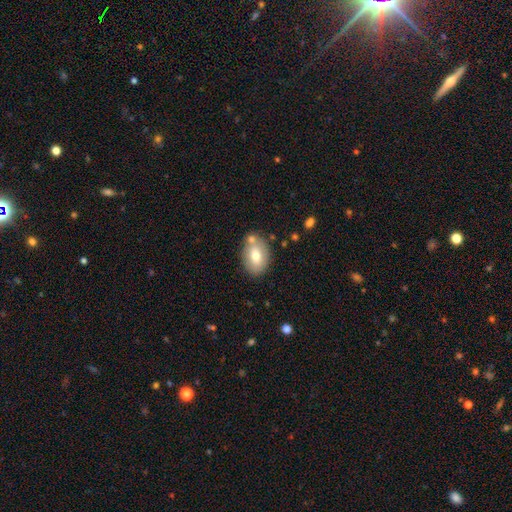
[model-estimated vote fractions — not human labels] Morphology: type=smooth (70%); roundness=in between (83%); merging=none (65%).